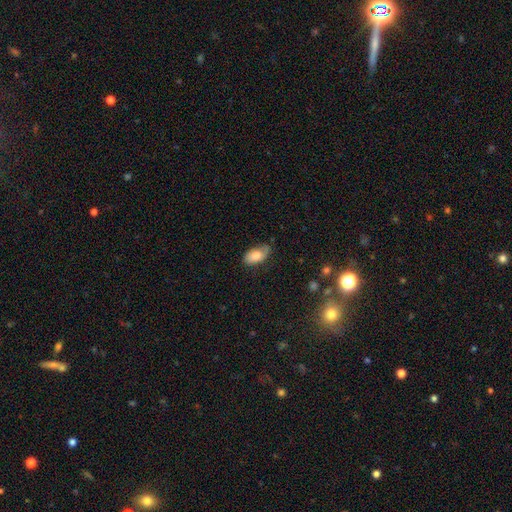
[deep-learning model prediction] The model was most divided on "merging": none: 62%, minor disturbance: 30%, major disturbance: 7%, merger: 2%. More confident: how rounded — in between (93%); smooth or featured — smooth (76%).